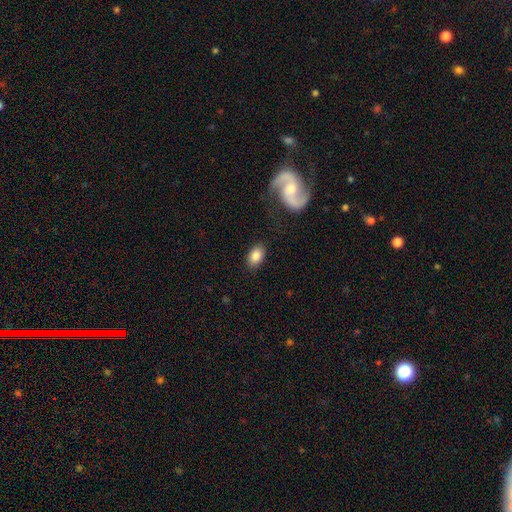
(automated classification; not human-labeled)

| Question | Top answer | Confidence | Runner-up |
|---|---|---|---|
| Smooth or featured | smooth | 84% | featured or disk (9%) |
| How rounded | in between | 86% | round (12%) |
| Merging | none | 85% | minor disturbance (10%) |